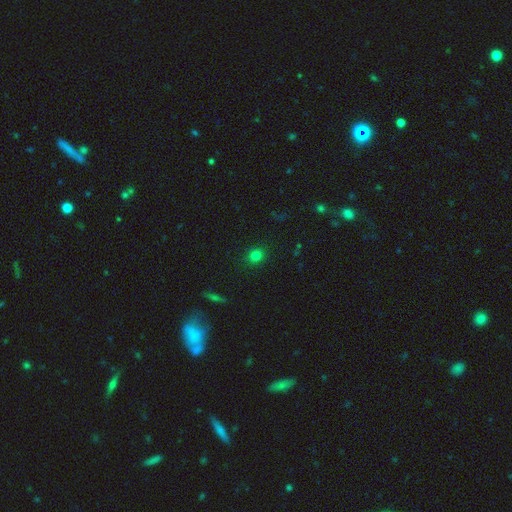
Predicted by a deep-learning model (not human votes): smooth_or_featured: smooth (p=0.79) [alt: star or artifact p=0.16]
how_rounded: round (p=0.80) [alt: in between p=0.19]
merging: none (p=0.89) [alt: minor disturbance p=0.08]